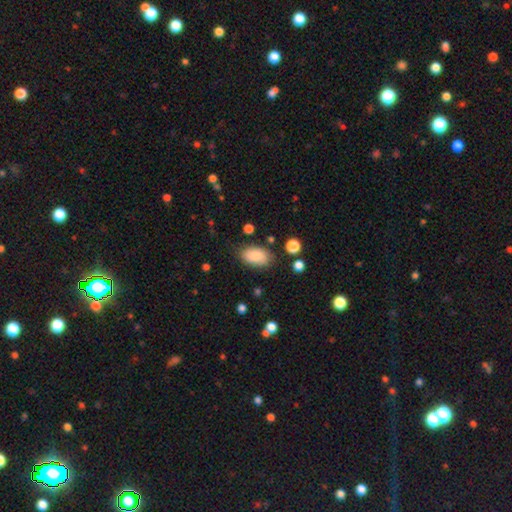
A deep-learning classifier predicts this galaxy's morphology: smooth 83%, featured or disk 10%, star or artifact 7%. Down the decision tree: how rounded — in between (92%); merging — none (77%).